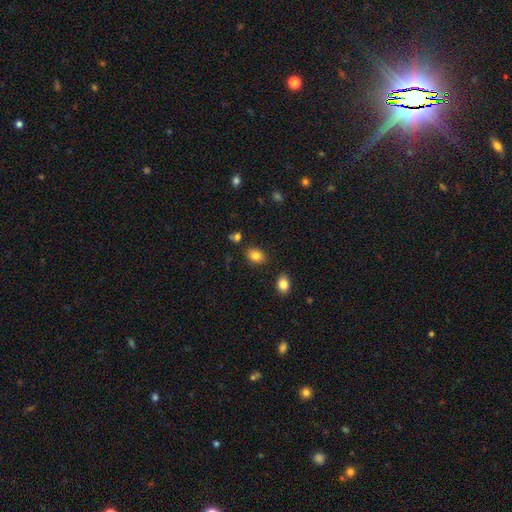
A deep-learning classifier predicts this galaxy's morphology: Q: Smooth or featured?
A: smooth (83%); runner-up: star or artifact (9%)
Q: How rounded?
A: in between (83%); runner-up: round (16%)
Q: Merging?
A: none (82%); runner-up: minor disturbance (11%)